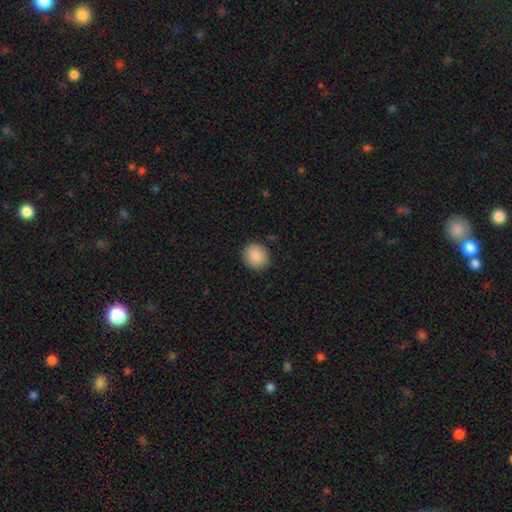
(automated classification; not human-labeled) This is clearly a smooth galaxy (88%). How rounded: likely round (78%). Merging: clearly none (88%).